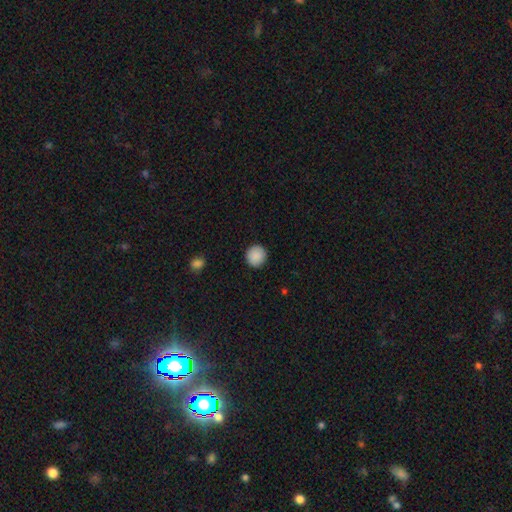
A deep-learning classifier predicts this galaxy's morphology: A smooth galaxy with no disk features (90%) that is round (92%).

Vote fractions:
- Smooth or featured? smooth: 90% / star or artifact: 7% / featured or disk: 3%
- How rounded? round: 92% / in between: 7% / cigar-shaped: 1%
- Merging? none: 91% / minor disturbance: 6% / major disturbance: 2% / merger: 1%